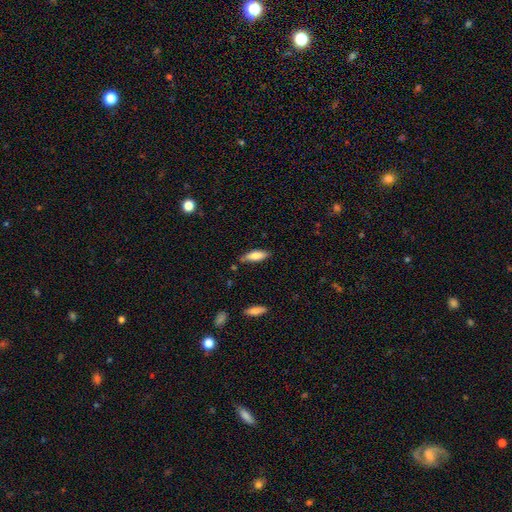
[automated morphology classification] This appears to be a smooth galaxy with no disk features (79%) that is in between round and cigar-shaped (57%). Merging: none (74%).